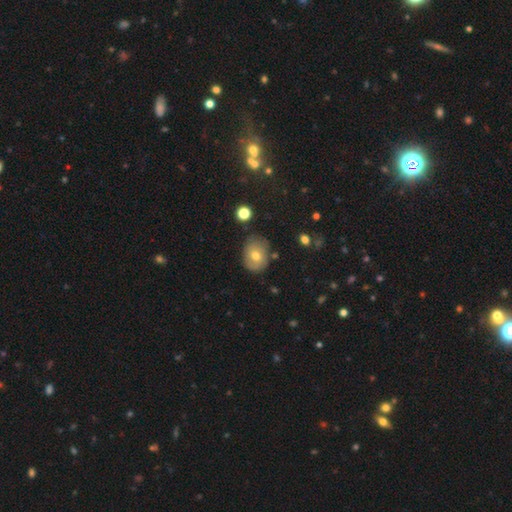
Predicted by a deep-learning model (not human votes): smooth 60%, featured or disk 31%, star or artifact 10%. Down the decision tree: how rounded — in between (53%); merging — none (68%).